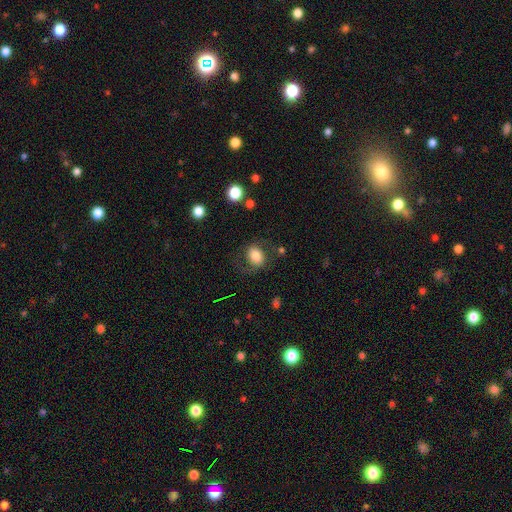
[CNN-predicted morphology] A smooth galaxy with no disk features (68%) that is in between round and cigar-shaped (61%).

Vote fractions:
- Smooth or featured? smooth: 68% / featured or disk: 23% / star or artifact: 10%
- How rounded? in between: 61% / round: 38% / cigar-shaped: 1%
- Merging? none: 66% / minor disturbance: 18% / major disturbance: 14% / merger: 2%